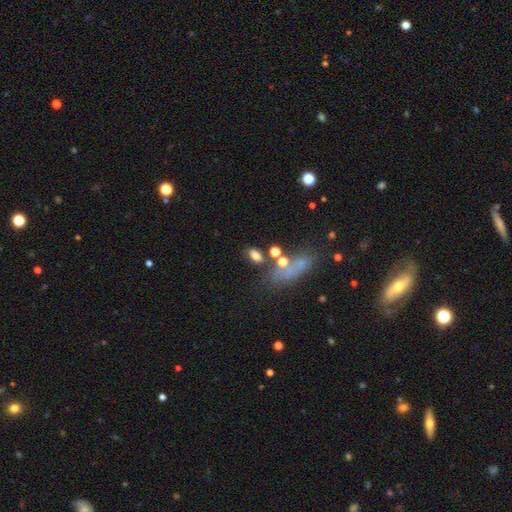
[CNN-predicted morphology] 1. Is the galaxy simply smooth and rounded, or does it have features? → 72% smooth, 14% featured or disk, 14% star or artifact.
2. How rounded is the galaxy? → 80% in between, 12% round, 8% cigar-shaped.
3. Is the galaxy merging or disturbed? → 61% none, 17% merger, 14% minor disturbance, 8% major disturbance.